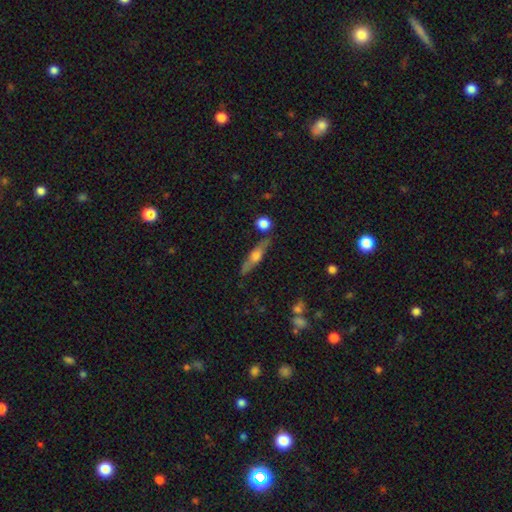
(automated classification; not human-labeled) Smooth or featured? featured or disk (56%)
Edge-on disk? yes (91%)
Edge-on bulge? rounded (89%)
Merging? none (79%)